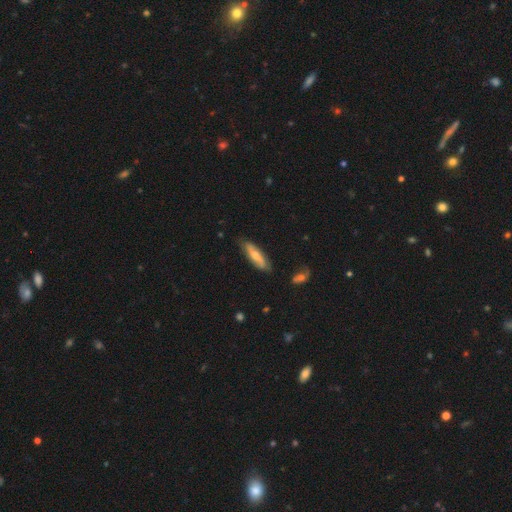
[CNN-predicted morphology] smooth 47% (tied), featured or disk 47% (tied), star or artifact 6%. Down the decision tree: merging — none (76%).